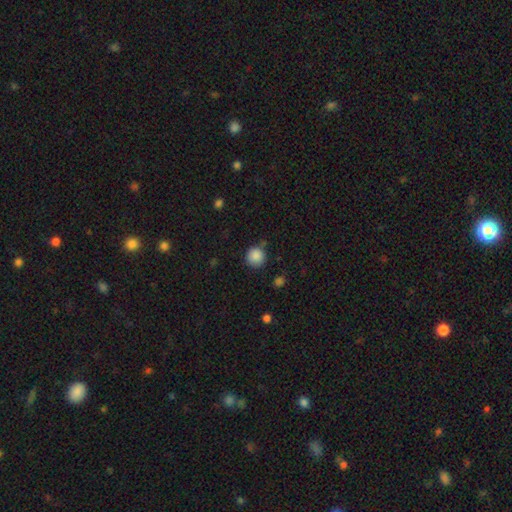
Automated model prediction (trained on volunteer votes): smooth_or_featured: smooth (p=0.87) [alt: star or artifact p=0.09]
how_rounded: round (p=0.93) [alt: in between p=0.06]
merging: none (p=0.78) [alt: minor disturbance p=0.14]